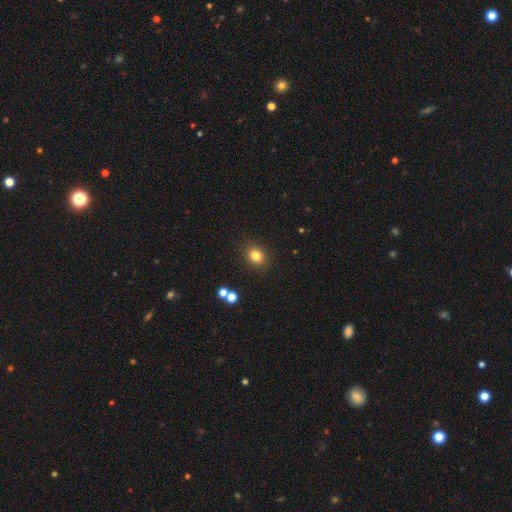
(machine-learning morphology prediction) smooth-or-featured: smooth: 81% | star or artifact: 13% | featured or disk: 6%
  how-rounded: round: 70% | in between: 29% | cigar-shaped: 1%
  merging: none: 89% | minor disturbance: 7% | major disturbance: 2% | merger: 2%